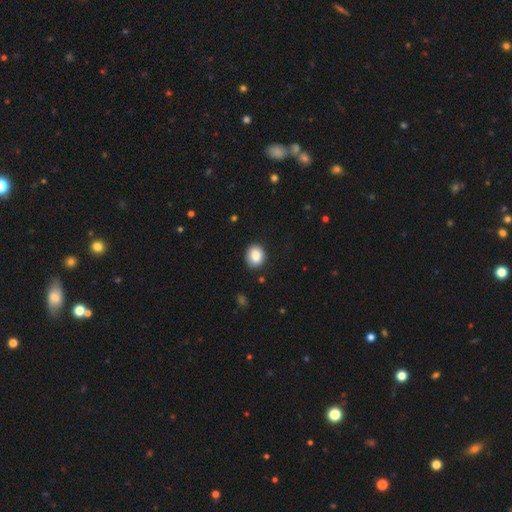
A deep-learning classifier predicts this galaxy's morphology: Smooth or featured: smooth — 87% (star or artifact — 8%)
How rounded: round — 64% (in between — 35%)
Merging: none — 87% (minor disturbance — 9%)